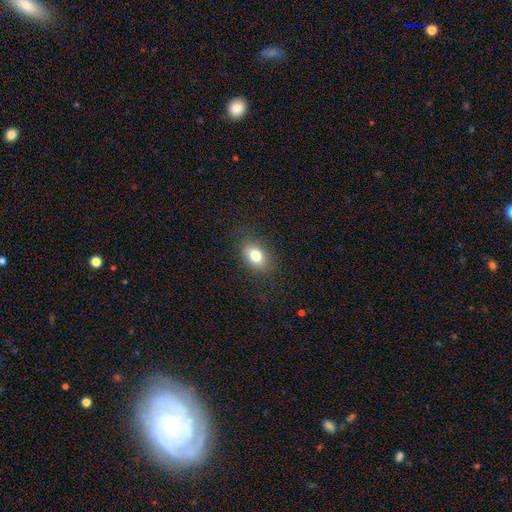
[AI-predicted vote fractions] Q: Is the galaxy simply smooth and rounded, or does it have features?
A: smooth — 80%.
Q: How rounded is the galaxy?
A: in between — 82%.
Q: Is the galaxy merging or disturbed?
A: none — 85%.